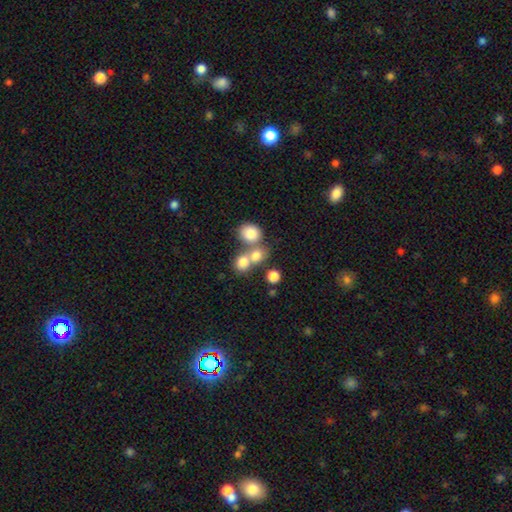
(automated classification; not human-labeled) Q: Smooth or featured?
A: smooth (76%); runner-up: star or artifact (12%)
Q: How rounded?
A: round (73%); runner-up: in between (26%)
Q: Merging?
A: merger (50%); runner-up: none (39%)